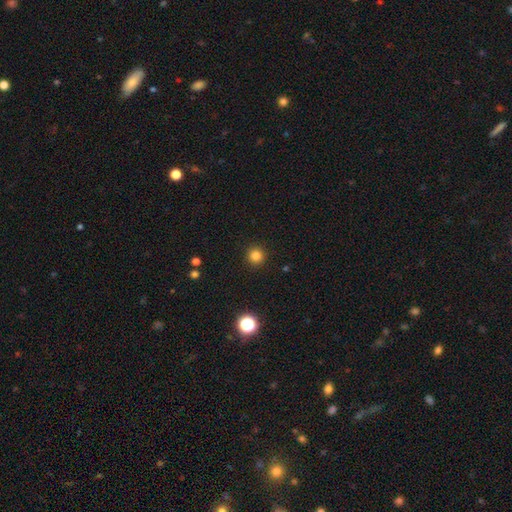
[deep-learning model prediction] The model was most divided on "smooth or featured": smooth: 83%, star or artifact: 13%, featured or disk: 4%. More confident: how rounded — round (95%); merging — none (93%).